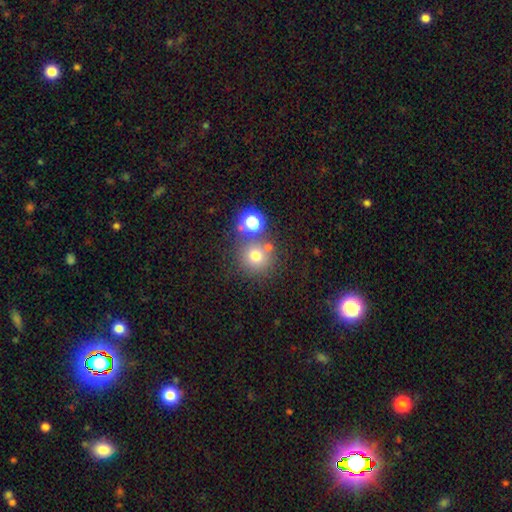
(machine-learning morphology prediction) This appears to be a smooth galaxy with no disk features (71%) that is round (93%). Merging: none (68%).